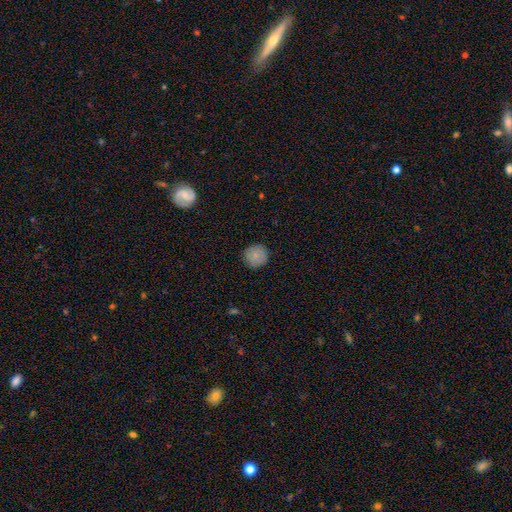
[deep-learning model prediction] Smooth or featured? smooth (88%)
How rounded? round (93%)
Merging? none (91%)